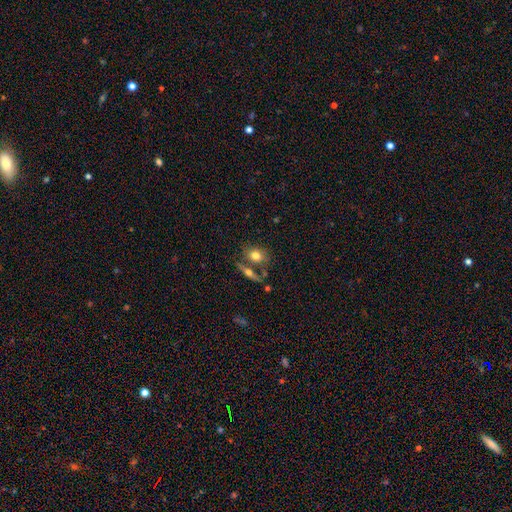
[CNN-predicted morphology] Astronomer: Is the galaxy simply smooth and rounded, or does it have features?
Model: smooth — 74%.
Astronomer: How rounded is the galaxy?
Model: in between — 60% (runner-up: round, 36%).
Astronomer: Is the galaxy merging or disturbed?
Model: none — 58%.